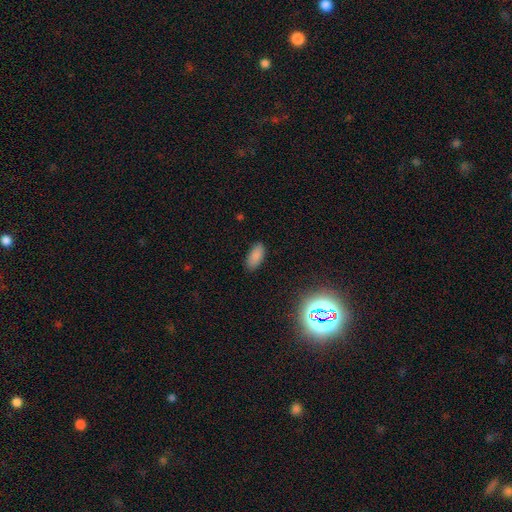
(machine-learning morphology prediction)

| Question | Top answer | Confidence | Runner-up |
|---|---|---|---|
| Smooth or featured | smooth | 83% | star or artifact (12%) |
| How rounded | in between | 90% | cigar-shaped (7%) |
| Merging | none | 87% | minor disturbance (10%) |